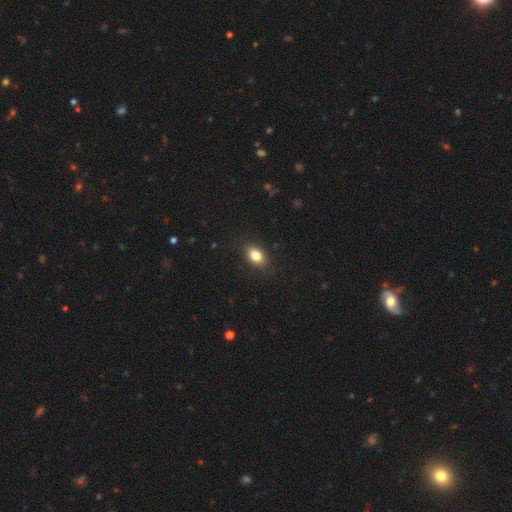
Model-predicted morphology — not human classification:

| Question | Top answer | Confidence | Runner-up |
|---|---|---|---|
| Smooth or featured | smooth | 83% | star or artifact (9%) |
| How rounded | in between | 85% | round (14%) |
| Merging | none | 88% | minor disturbance (9%) |